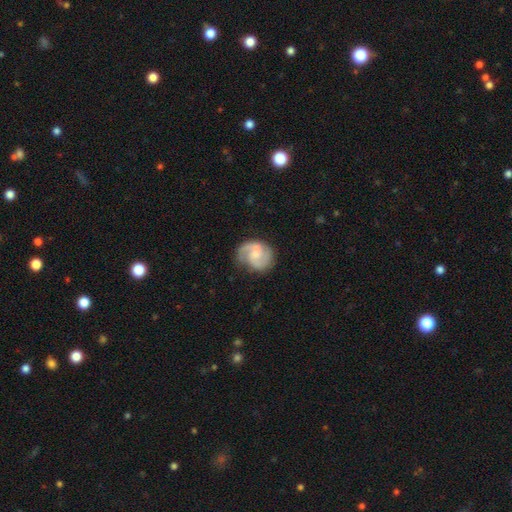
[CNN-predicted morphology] This appears to be a featured or disk galaxy (78%) with a weak bar (47%), 2 (83%) medium (52%) spiral arms (94%) and a small central bulge (44%). Merging: none (67%).